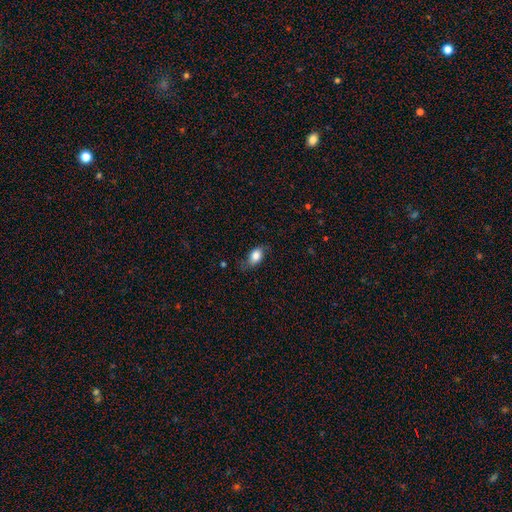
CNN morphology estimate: smooth_or_featured: smooth (p=0.80) [alt: featured or disk p=0.13]
how_rounded: in between (p=0.86) [alt: round p=0.12]
merging: none (p=0.65) [alt: minor disturbance p=0.25]